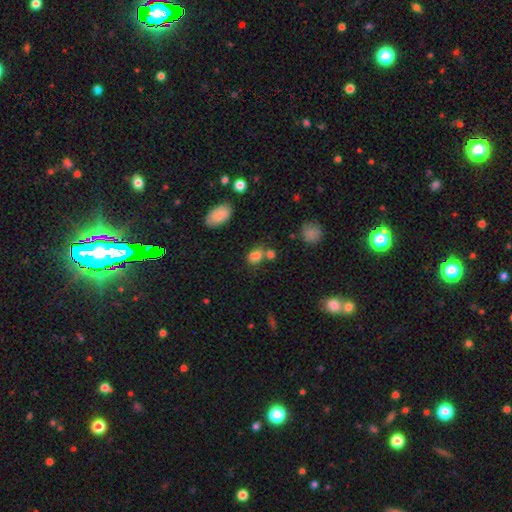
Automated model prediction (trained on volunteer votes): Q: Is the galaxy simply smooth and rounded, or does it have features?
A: smooth — 79%.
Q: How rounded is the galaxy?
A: in between — 60%.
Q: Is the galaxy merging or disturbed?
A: none — 46%.